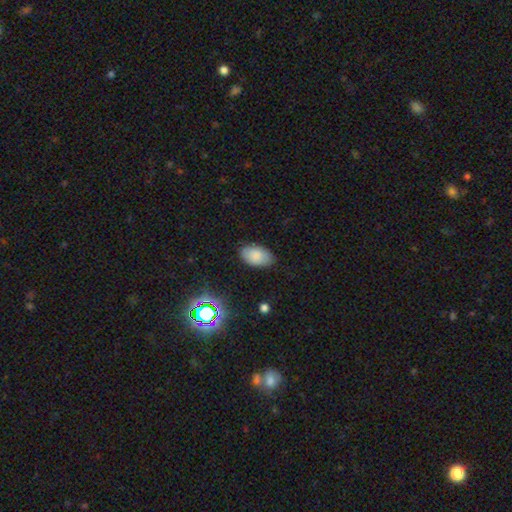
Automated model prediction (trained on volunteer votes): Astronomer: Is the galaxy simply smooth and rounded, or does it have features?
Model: smooth — 82%.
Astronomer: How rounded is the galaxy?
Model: in between — 93%.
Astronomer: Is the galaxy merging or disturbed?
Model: none — 81%.